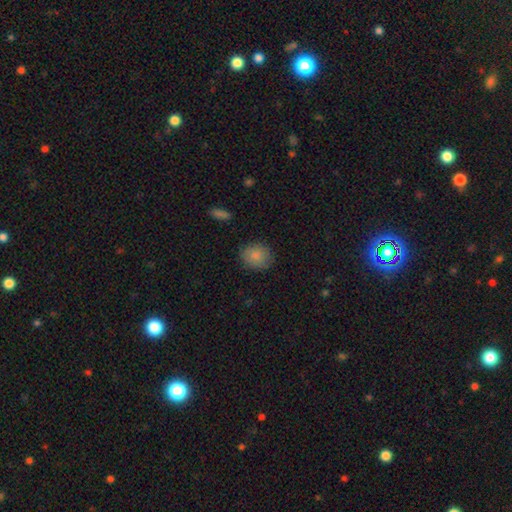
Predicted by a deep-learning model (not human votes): This appears to be a smooth galaxy with no disk features (85%) that is round (67%). Merging: none (84%).